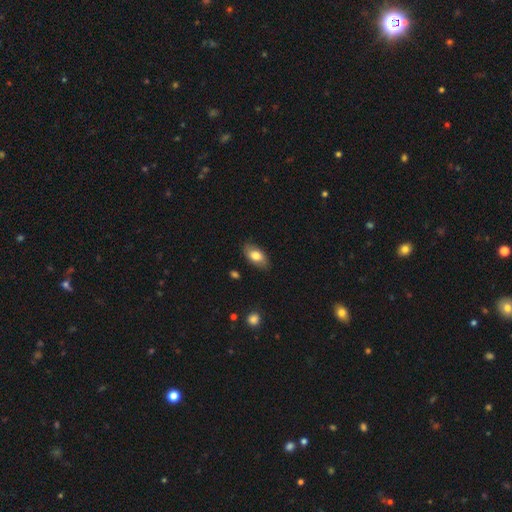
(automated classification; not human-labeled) smooth_or_featured: smooth (p=0.78) [alt: featured or disk p=0.15]
how_rounded: in between (p=0.92) [alt: round p=0.05]
merging: none (p=0.83) [alt: minor disturbance p=0.13]